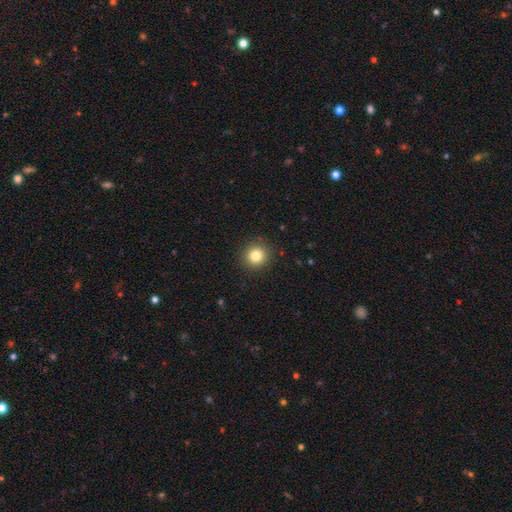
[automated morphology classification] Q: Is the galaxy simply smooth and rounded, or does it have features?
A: smooth — 82%.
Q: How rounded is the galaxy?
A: round — 92%.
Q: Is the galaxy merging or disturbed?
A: none — 91%.